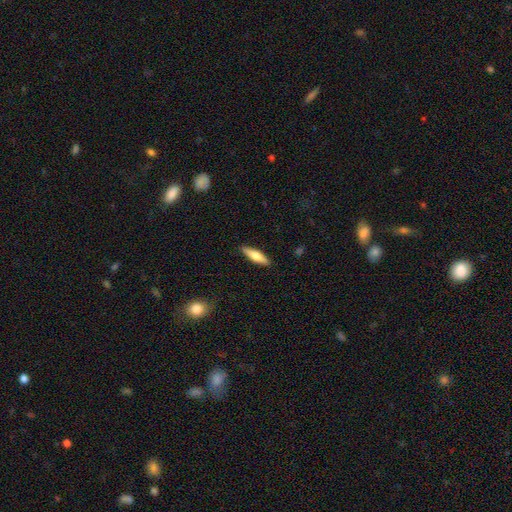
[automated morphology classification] Q: Smooth or featured?
A: smooth (64%); runner-up: featured or disk (30%)
Q: How rounded?
A: cigar-shaped (66%); runner-up: in between (32%)
Q: Merging?
A: none (89%); runner-up: minor disturbance (8%)